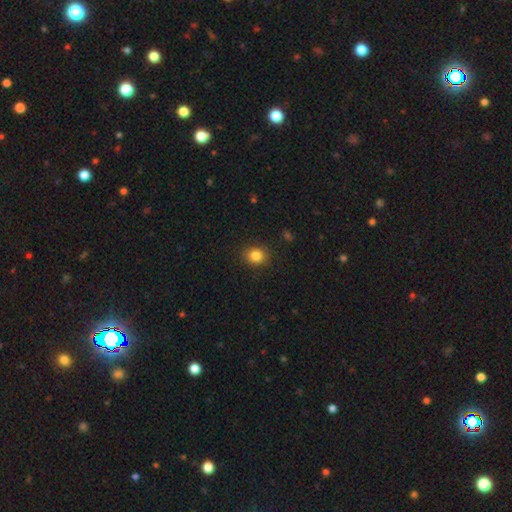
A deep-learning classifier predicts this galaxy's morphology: This is clearly a smooth galaxy (84%). How rounded: likely round (63%). Merging: clearly none (89%).